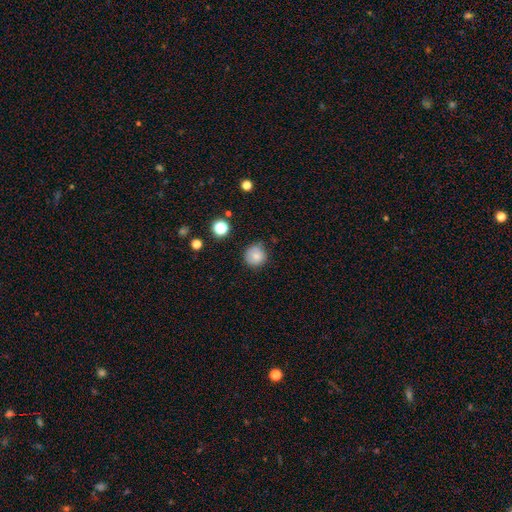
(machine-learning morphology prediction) Smooth or featured?
  - smooth: 81% *
  - star or artifact: 10%
  - featured or disk: 9%
How rounded?
  - round: 94% *
  - in between: 5%
  - cigar-shaped: 1%
Merging?
  - none: 80% *
  - minor disturbance: 15%
  - major disturbance: 3%
  - merger: 2%